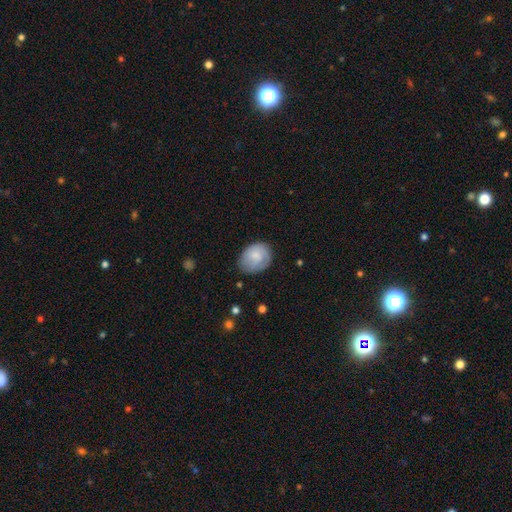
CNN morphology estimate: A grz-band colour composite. It shows a smooth galaxy with no disk features (67%) that is in between round and cigar-shaped (58%). Merging: none (68%).